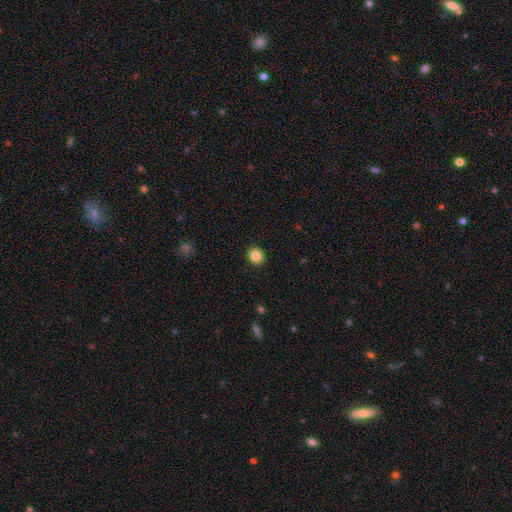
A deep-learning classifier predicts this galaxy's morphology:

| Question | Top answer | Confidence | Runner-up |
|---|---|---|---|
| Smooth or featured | smooth | 84% | star or artifact (11%) |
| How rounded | round | 77% | in between (22%) |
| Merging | none | 91% | minor disturbance (6%) |